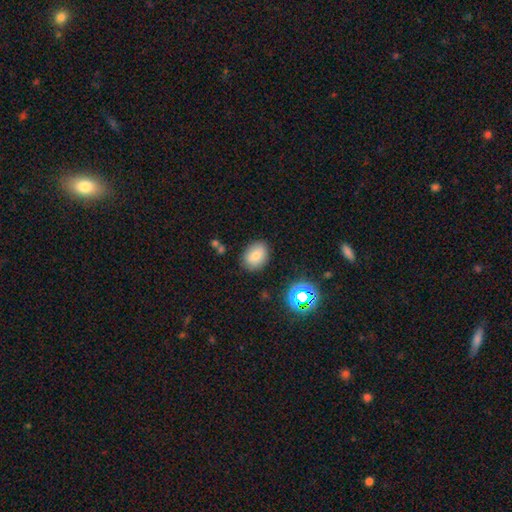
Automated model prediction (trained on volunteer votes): smooth 79%, star or artifact 12%, featured or disk 9%. Down the decision tree: how rounded — in between (66%); merging — none (84%).